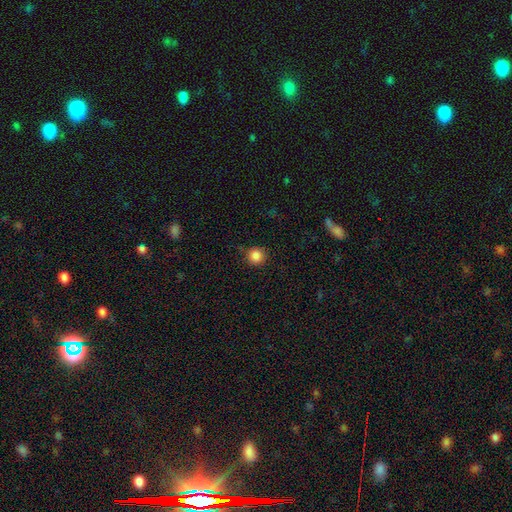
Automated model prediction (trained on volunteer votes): Smooth or featured?
  - smooth: 86% *
  - star or artifact: 11%
  - featured or disk: 3%
How rounded?
  - round: 93% *
  - in between: 6%
  - cigar-shaped: 1%
Merging?
  - none: 85% *
  - minor disturbance: 10%
  - major disturbance: 3%
  - merger: 2%